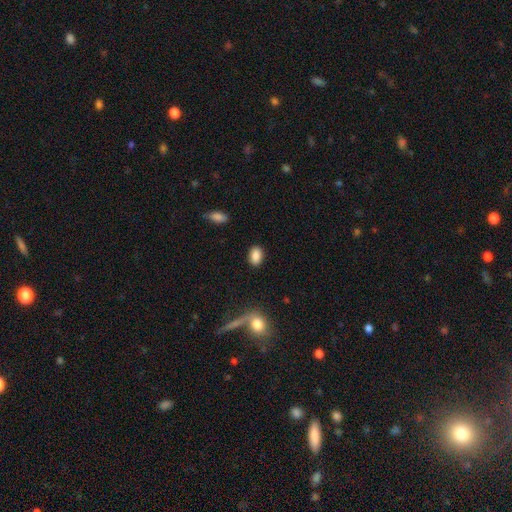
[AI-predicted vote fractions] Smooth or featured?
  - smooth: 87% *
  - star or artifact: 8%
  - featured or disk: 4%
How rounded?
  - in between: 85% *
  - round: 13%
  - cigar-shaped: 2%
Merging?
  - none: 86% *
  - minor disturbance: 9%
  - major disturbance: 2%
  - merger: 2%